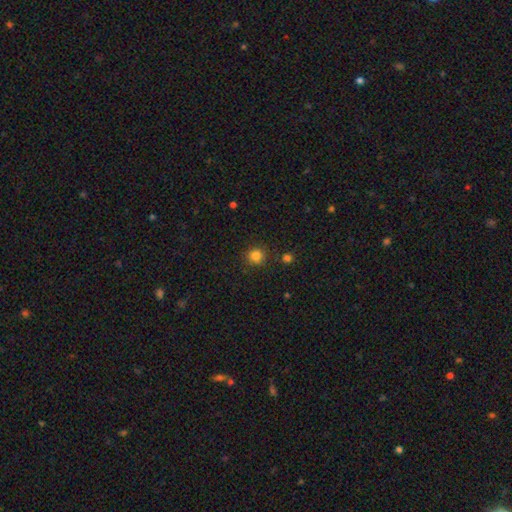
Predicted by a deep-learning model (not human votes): smooth 82%, star or artifact 13%, featured or disk 5%. Down the decision tree: how rounded — round (90%); merging — none (86%).